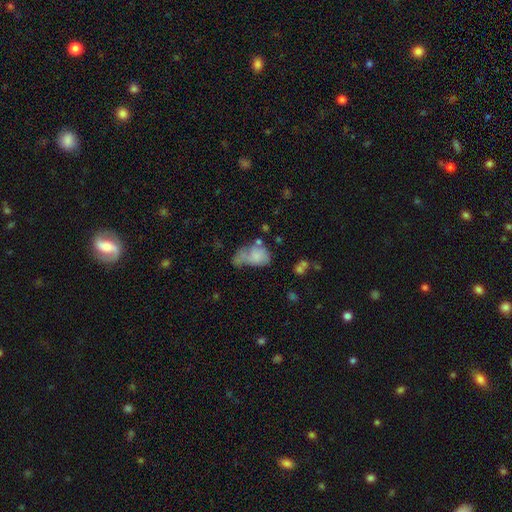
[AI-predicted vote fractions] Smooth or featured? smooth (66%)
How rounded? in between (81%)
Merging? major disturbance (32%)